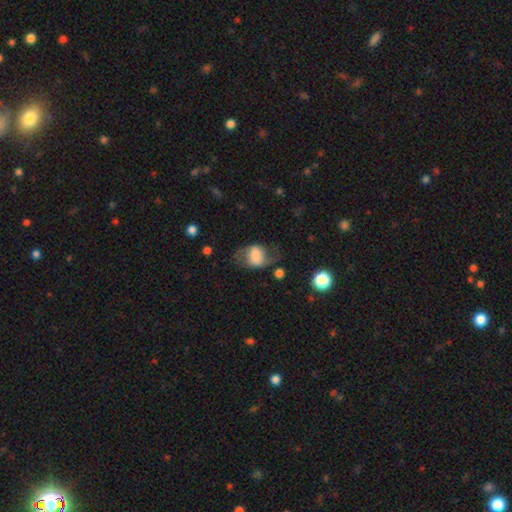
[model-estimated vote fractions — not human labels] Smooth or featured? featured or disk (47%)
Merging? none (54%)